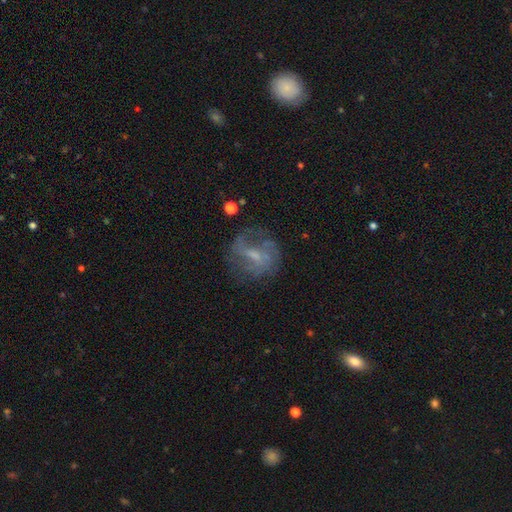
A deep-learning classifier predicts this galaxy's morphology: Q: Smooth or featured?
A: featured or disk (63%); runner-up: smooth (25%)
Q: Edge-on disk?
A: no (96%); runner-up: yes (4%)
Q: Bar?
A: weak (51%); runner-up: no (33%)
Q: Spiral arms?
A: yes (66%); runner-up: no (34%)
Q: Bulge size?
A: small (47%); runner-up: moderate (29%)
Q: Merging?
A: none (58%); runner-up: minor disturbance (20%)